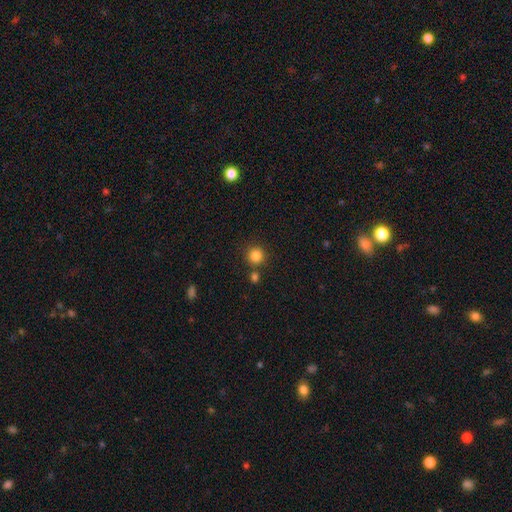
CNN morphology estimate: Smooth or featured? smooth (84%)
How rounded? round (93%)
Merging? none (80%)